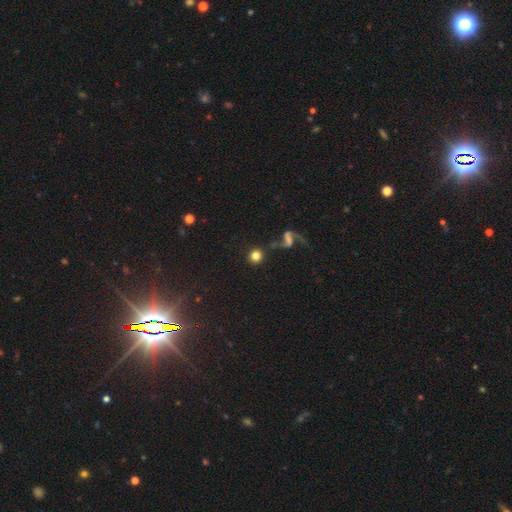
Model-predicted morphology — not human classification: Smooth or featured? smooth (79%)
How rounded? round (93%)
Merging? none (80%)